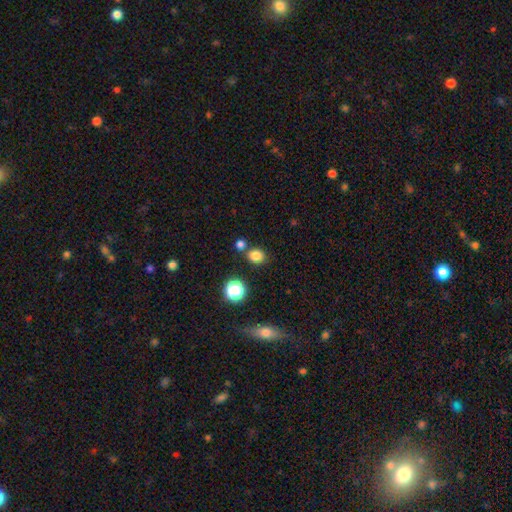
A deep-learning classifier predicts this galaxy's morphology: Smooth or featured: smooth — 80% (star or artifact — 15%)
How rounded: round — 62% (in between — 37%)
Merging: none — 73% (merger — 14%)